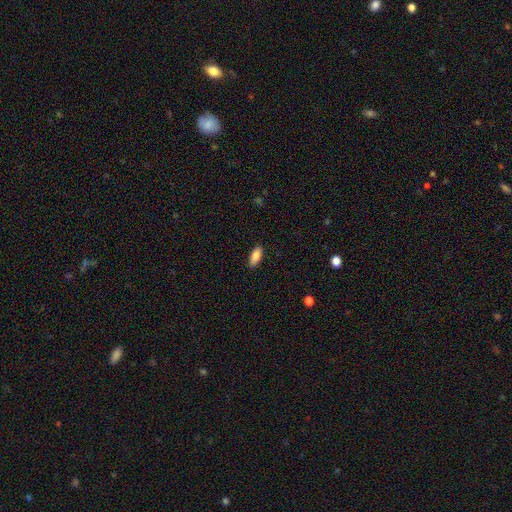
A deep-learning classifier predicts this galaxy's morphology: A smooth galaxy with no disk features (84%) that is in between round and cigar-shaped (79%). Merging: none (87%).